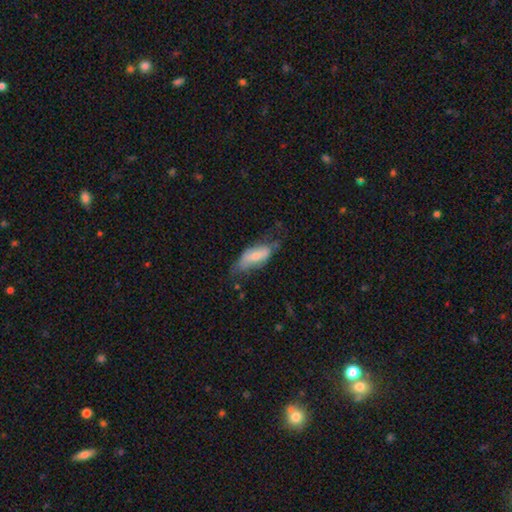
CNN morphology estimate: A smooth galaxy with no disk features (55%) that is in between round and cigar-shaped (80%). Merging: none (43%).